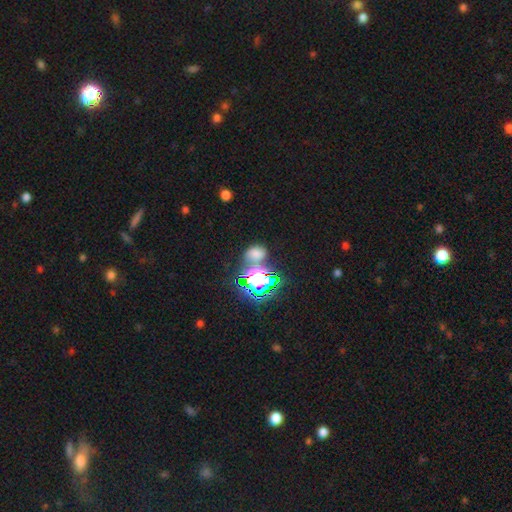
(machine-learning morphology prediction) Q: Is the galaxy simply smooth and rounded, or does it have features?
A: star or artifact — 52%.